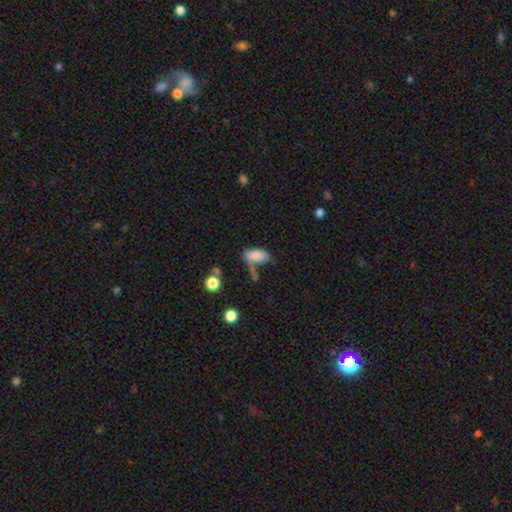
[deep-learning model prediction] smooth_or_featured: smooth (p=0.80) [alt: featured or disk p=0.11]
how_rounded: in between (p=0.90) [alt: cigar-shaped p=0.06]
merging: none (p=0.45) [alt: minor disturbance p=0.22]